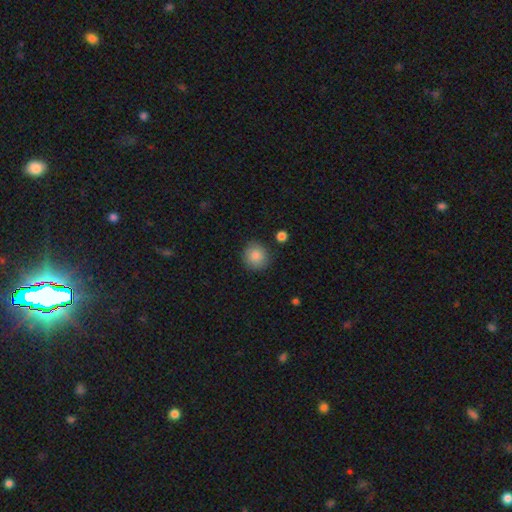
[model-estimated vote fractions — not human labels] This appears to be a smooth galaxy with no disk features (87%) that is round (91%). Merging: none (87%).